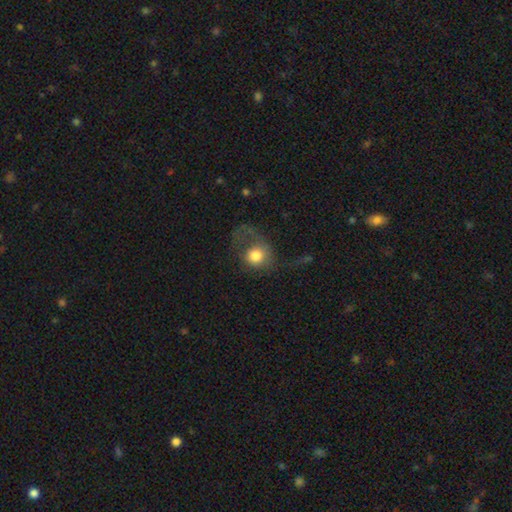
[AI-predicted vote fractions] This is likely a smooth galaxy (70%). How rounded: likely round (77%). Merging: possibly major disturbance (51%).